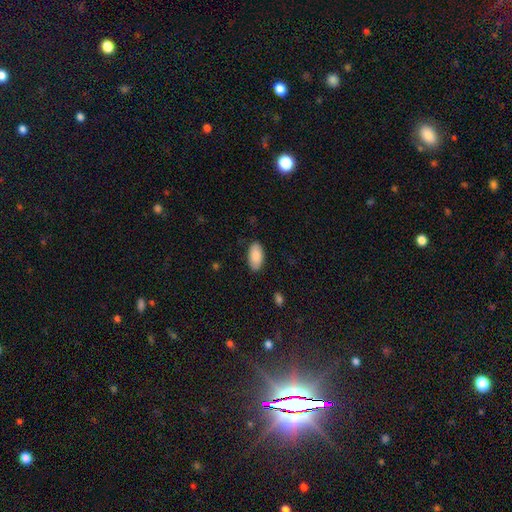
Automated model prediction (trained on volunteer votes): Smooth or featured? Predicted: smooth (p=0.89). How rounded? Predicted: in between (p=0.94). Merging? Predicted: none (p=0.85).